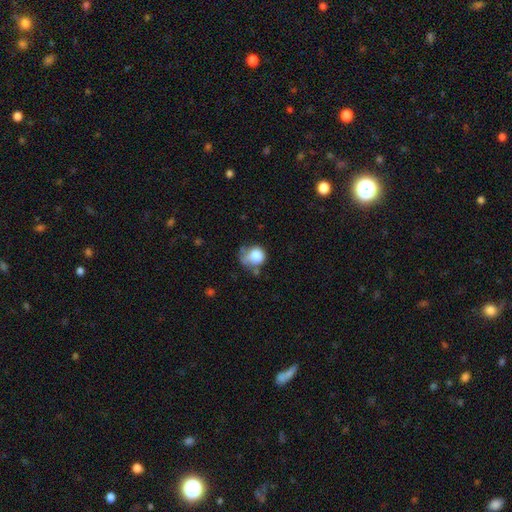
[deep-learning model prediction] Smooth or featured? Predicted: smooth (p=0.79). How rounded? Predicted: round (p=0.78). Merging? Predicted: none (p=0.37).